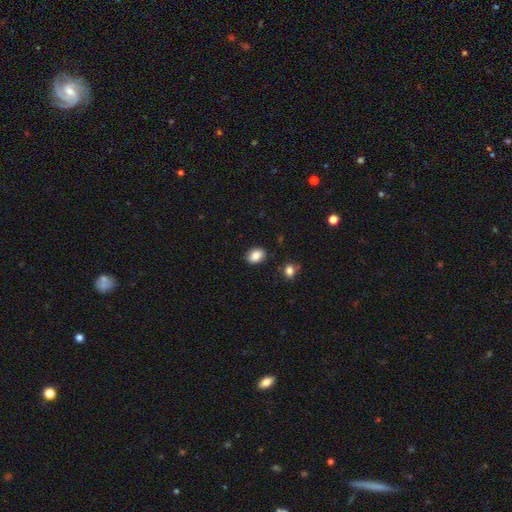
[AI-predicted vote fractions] The model was most divided on "how rounded": in between: 76%, round: 22%, cigar-shaped: 1%. More confident: merging — none (87%); smooth or featured — smooth (86%).